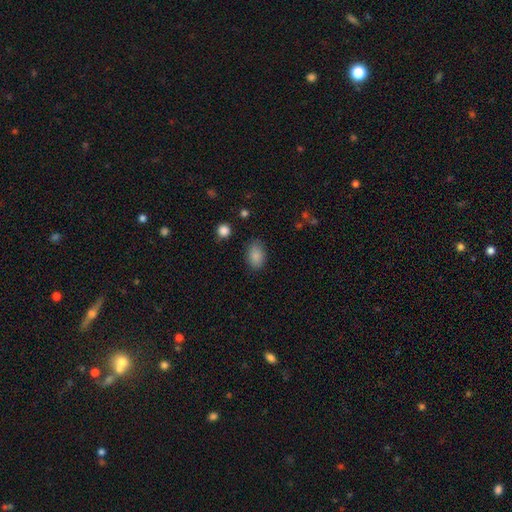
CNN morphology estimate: Smooth or featured?
  - smooth: 87% *
  - star or artifact: 8%
  - featured or disk: 5%
How rounded?
  - in between: 86% *
  - round: 12%
  - cigar-shaped: 1%
Merging?
  - none: 81% *
  - minor disturbance: 14%
  - major disturbance: 4%
  - merger: 2%